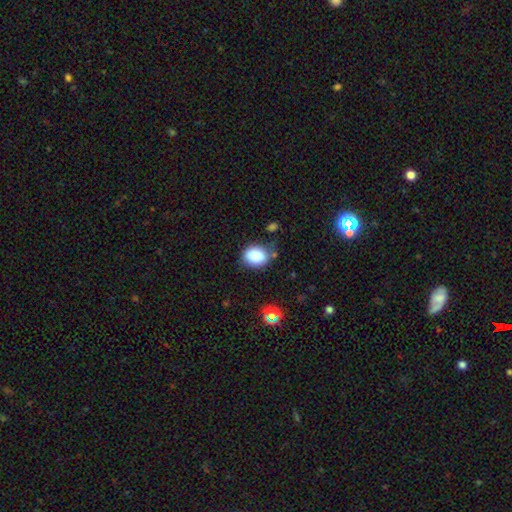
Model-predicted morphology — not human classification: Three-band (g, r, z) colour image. It shows a smooth galaxy with no disk features (86%) that is in between round and cigar-shaped (57%). Merging: none (68%).